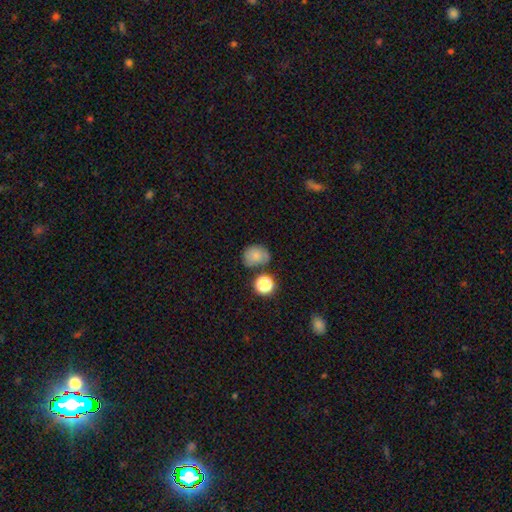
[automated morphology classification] Smooth or featured?
  - smooth: 76% *
  - star or artifact: 13%
  - featured or disk: 12%
How rounded?
  - round: 55% *
  - in between: 45%
  - cigar-shaped: 1%
Merging?
  - none: 60% *
  - minor disturbance: 22%
  - merger: 11%
  - major disturbance: 7%